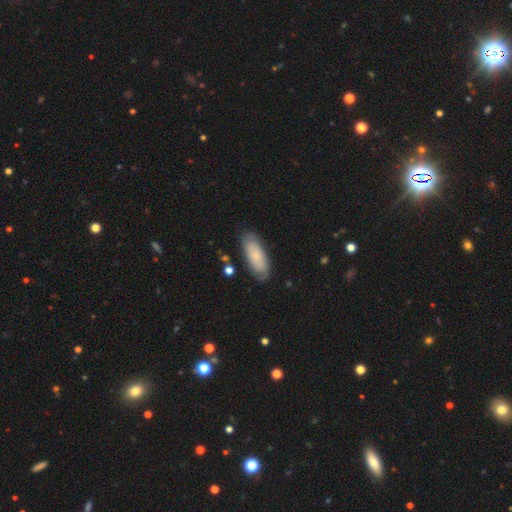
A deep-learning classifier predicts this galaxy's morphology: Smooth or featured: smooth — 62% (featured or disk — 32%)
How rounded: in between — 75% (cigar-shaped — 23%)
Merging: none — 79% (minor disturbance — 16%)